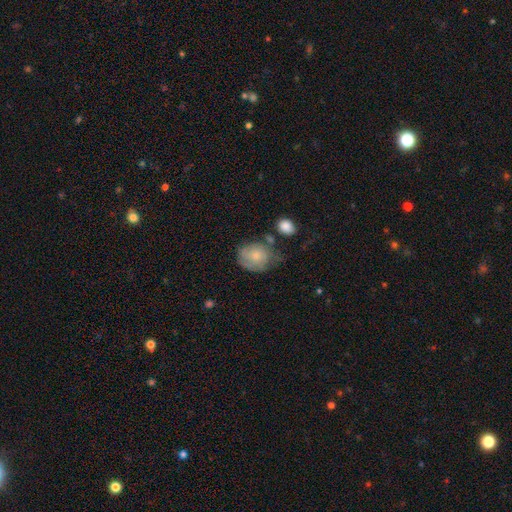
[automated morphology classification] smooth-or-featured: smooth: 64% | featured or disk: 28% | star or artifact: 8%
  how-rounded: round: 62% | in between: 37% | cigar-shaped: 1%
  merging: none: 45% | minor disturbance: 32% | major disturbance: 15% | merger: 8%